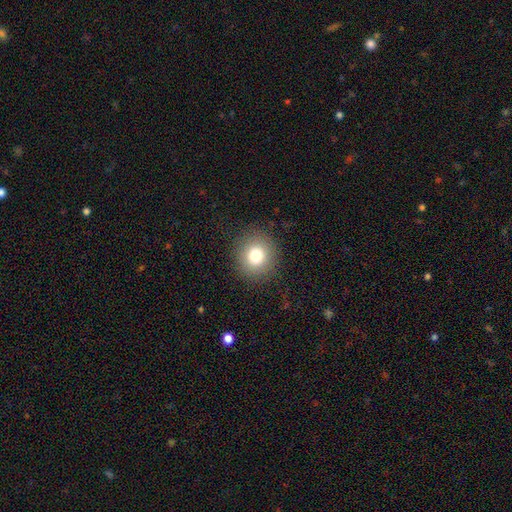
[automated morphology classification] Overall: smooth (78%). How rounded: round (87%). Merging: none (89%).